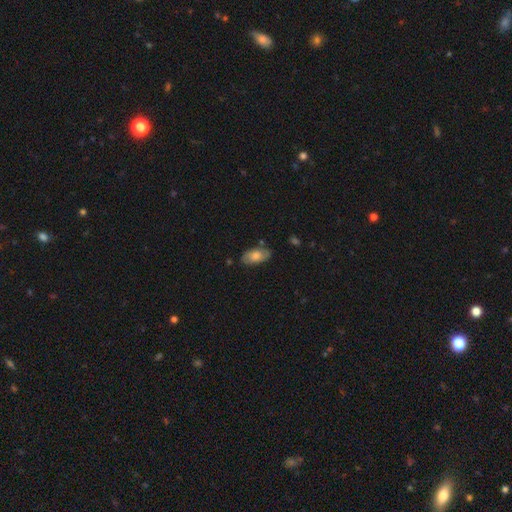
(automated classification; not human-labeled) Smooth or featured?
  - smooth: 61% *
  - featured or disk: 32%
  - star or artifact: 7%
How rounded?
  - in between: 92% *
  - round: 4%
  - cigar-shaped: 4%
Merging?
  - none: 76% *
  - minor disturbance: 18%
  - major disturbance: 4%
  - merger: 2%